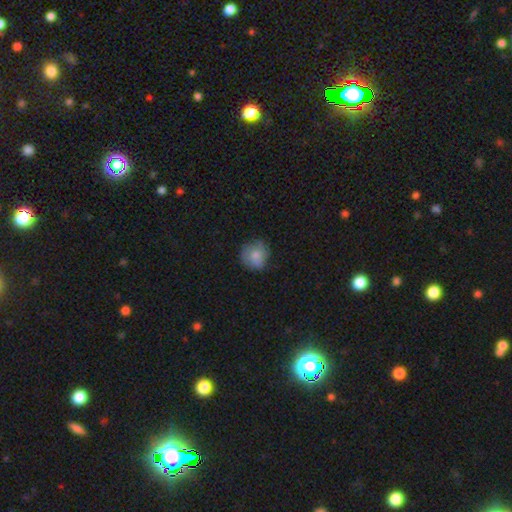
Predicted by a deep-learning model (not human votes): smooth 70%, featured or disk 23%, star or artifact 8%. Down the decision tree: how rounded — round (85%); merging — none (71%).